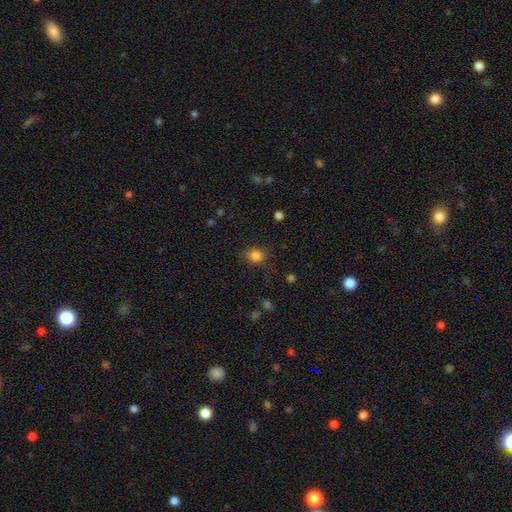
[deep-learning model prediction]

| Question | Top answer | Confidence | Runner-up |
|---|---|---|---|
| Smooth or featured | smooth | 82% | star or artifact (13%) |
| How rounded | round | 72% | in between (27%) |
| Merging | none | 79% | minor disturbance (14%) |